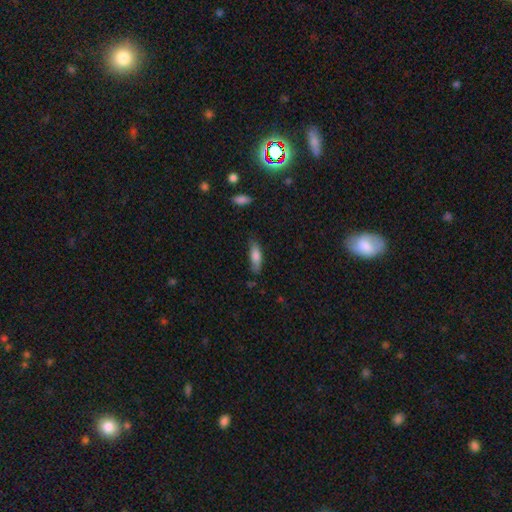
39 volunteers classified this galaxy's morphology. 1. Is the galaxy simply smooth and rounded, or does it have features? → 69% smooth, 23% featured or disk, 8% star or artifact.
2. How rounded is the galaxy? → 52% cigar-shaped, 48% in between, 0% round.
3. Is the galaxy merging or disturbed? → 75% none, 14% minor disturbance, 8% major disturbance, 3% merger.